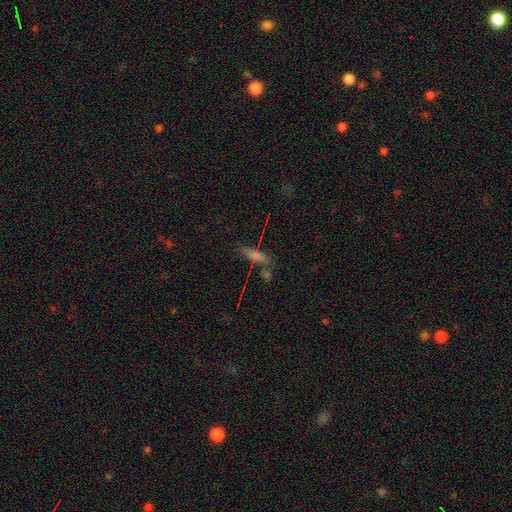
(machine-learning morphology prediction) Smooth or featured: smooth — 53% (featured or disk — 30%)
How rounded: cigar-shaped — 73% (in between — 24%)
Merging: none — 70% (minor disturbance — 13%)